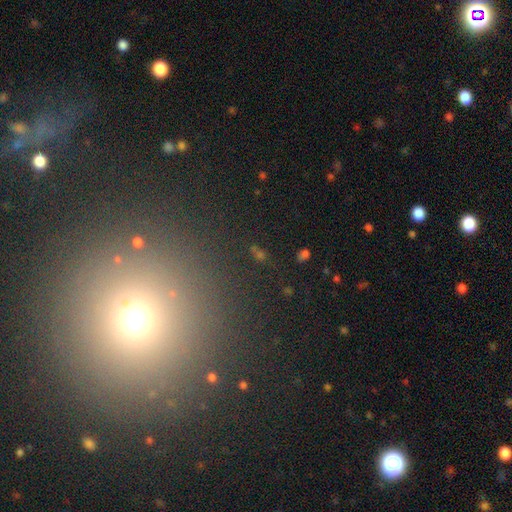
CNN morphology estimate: Overall: star or artifact (53%; smooth 35%).